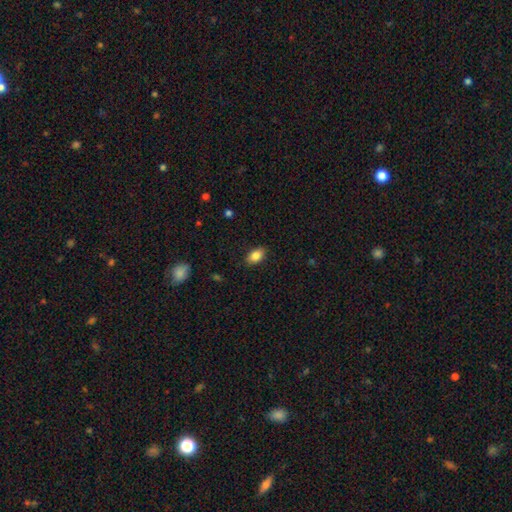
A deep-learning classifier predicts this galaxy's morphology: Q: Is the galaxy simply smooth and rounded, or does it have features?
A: smooth — 85%.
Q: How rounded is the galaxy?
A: in between — 88%.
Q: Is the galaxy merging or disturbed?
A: none — 86%.